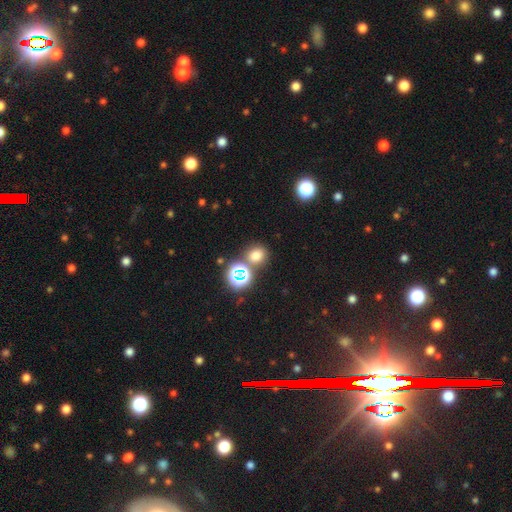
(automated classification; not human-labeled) smooth 68%, star or artifact 25%, featured or disk 6%. Down the decision tree: how rounded — round (81%); merging — none (73%).